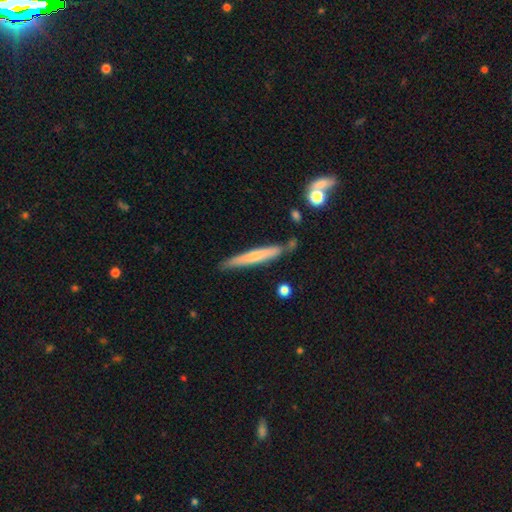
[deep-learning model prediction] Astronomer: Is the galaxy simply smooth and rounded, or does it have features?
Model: smooth — 58% (runner-up: featured or disk, 37%).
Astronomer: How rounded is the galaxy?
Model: cigar-shaped — 95%.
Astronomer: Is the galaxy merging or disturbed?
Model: none — 77%.